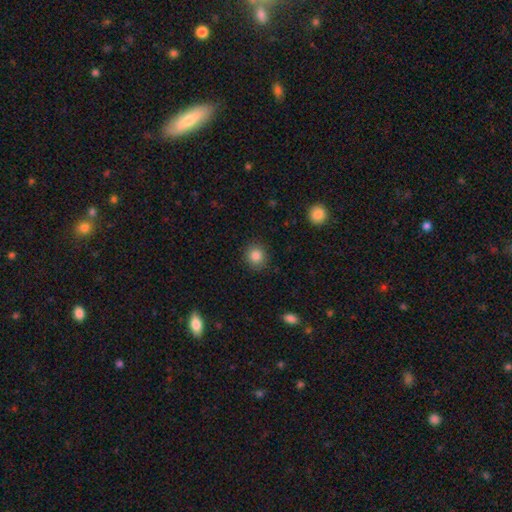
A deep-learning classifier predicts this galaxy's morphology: This appears to be a smooth galaxy with no disk features (85%) that is round (84%). Merging: none (89%).